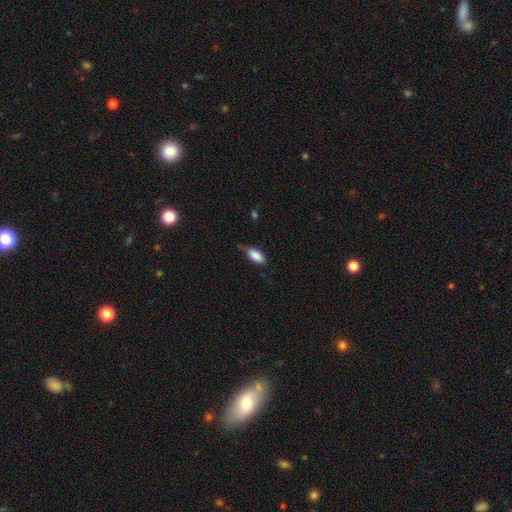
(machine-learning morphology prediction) type=smooth (87%); roundness=in between (90%); merging=none (57%).